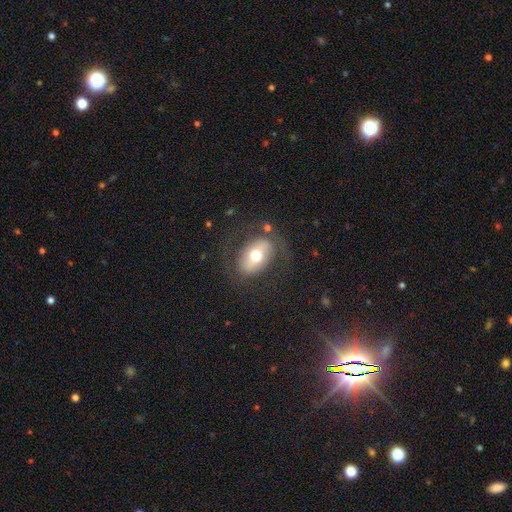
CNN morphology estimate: The model was most divided on "smooth or featured": smooth: 52%, featured or disk: 40%, star or artifact: 8%. More confident: how rounded — in between (81%); merging — none (74%).